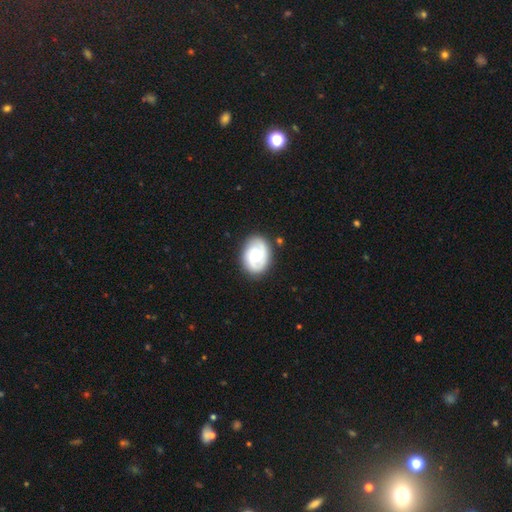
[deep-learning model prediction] smooth_or_featured: featured or disk (p=0.69) [alt: smooth p=0.25]
disk_edge_on: no (p=0.97) [alt: yes p=0.03]
bar: no (p=0.61) [alt: weak p=0.33]
has_spiral_arms: yes (p=0.91) [alt: no p=0.09]
spiral_winding: tight (p=0.46) [alt: medium p=0.40]
spiral_arm_count: 2 (p=0.71) [alt: can't tell p=0.12]
bulge_size: moderate (p=0.63) [alt: small p=0.24]
merging: none (p=0.84) [alt: minor disturbance p=0.12]